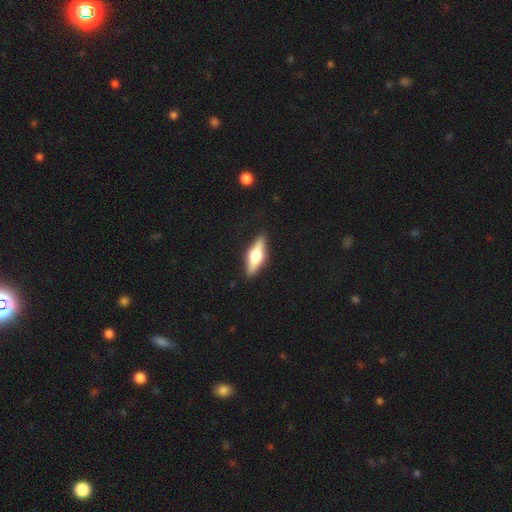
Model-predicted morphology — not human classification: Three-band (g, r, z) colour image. It shows a featured or disk galaxy (58%) viewed edge-on (94%) with a rounded central bulge (93%). Merging: none (89%).